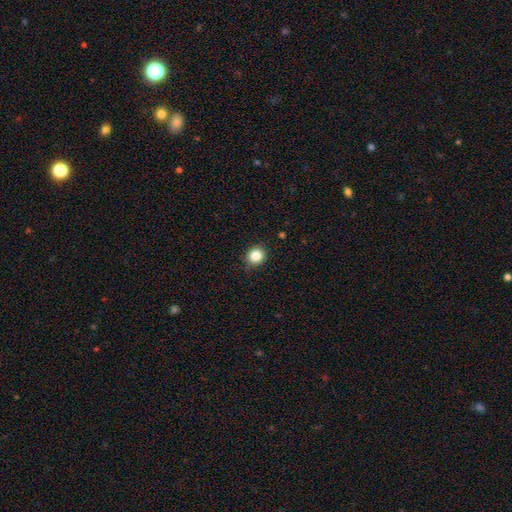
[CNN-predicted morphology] smooth 85%, star or artifact 11%, featured or disk 4%. Down the decision tree: how rounded — round (85%); merging — none (87%).